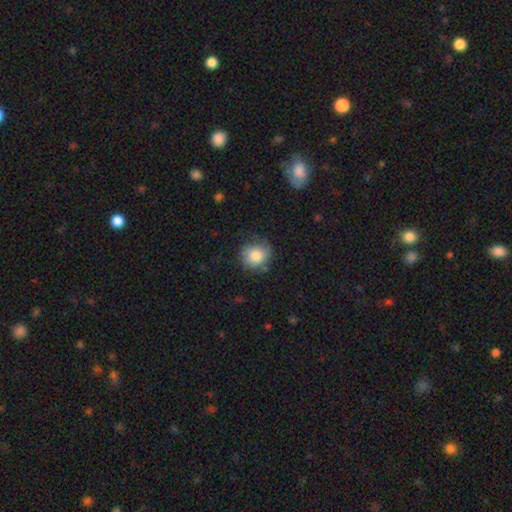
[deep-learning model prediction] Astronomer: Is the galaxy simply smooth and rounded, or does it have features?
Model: smooth — 82%.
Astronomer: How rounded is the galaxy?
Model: round — 78%.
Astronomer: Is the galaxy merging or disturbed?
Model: none — 69%.